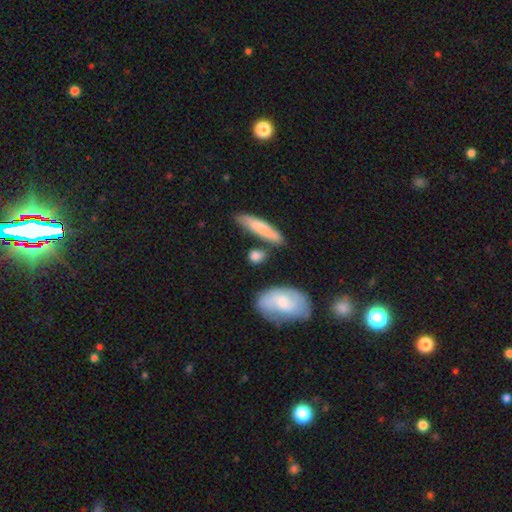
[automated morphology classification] Q: Smooth or featured?
A: smooth (75%); runner-up: featured or disk (18%)
Q: How rounded?
A: in between (45%); runner-up: cigar-shaped (32%)
Q: Merging?
A: none (66%); runner-up: minor disturbance (16%)